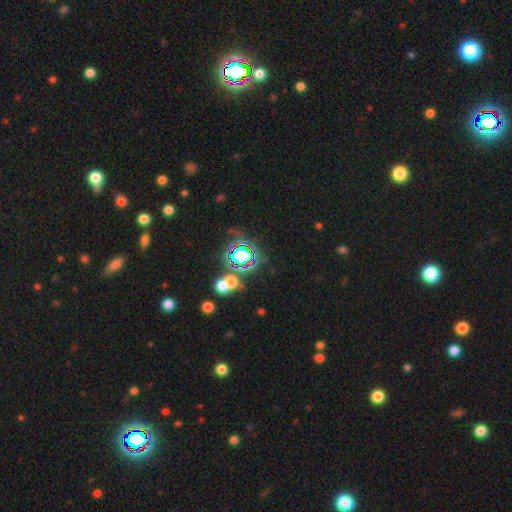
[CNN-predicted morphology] A star or artifact, not a galaxy (78%).